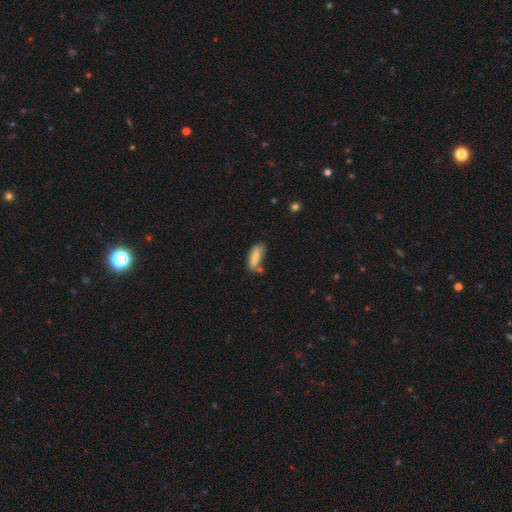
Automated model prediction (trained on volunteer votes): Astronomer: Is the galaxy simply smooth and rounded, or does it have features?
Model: smooth — 76%.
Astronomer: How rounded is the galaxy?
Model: in between — 69%.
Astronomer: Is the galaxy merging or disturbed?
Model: none — 50% (runner-up: minor disturbance, 25%).